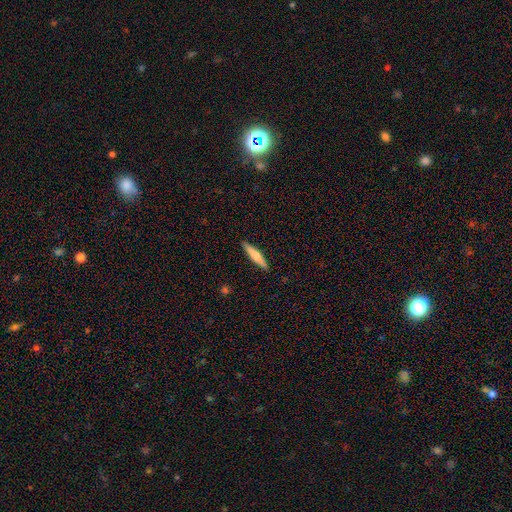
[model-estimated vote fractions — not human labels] Smooth or featured? smooth (65%)
How rounded? cigar-shaped (89%)
Merging? none (91%)